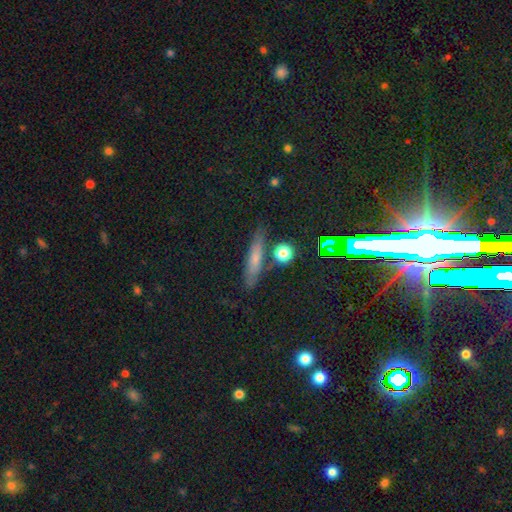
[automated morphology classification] type=smooth (53%); roundness=cigar-shaped (79%); merging=none (82%).